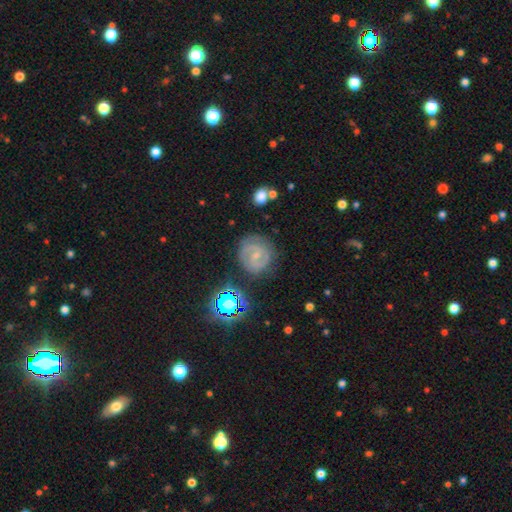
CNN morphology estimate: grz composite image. It shows a featured or disk galaxy (74%) with a weak bar (50%), 2 (73%) tight (61%) spiral arms (94%) and a small central bulge (71%). Merging: none (80%).